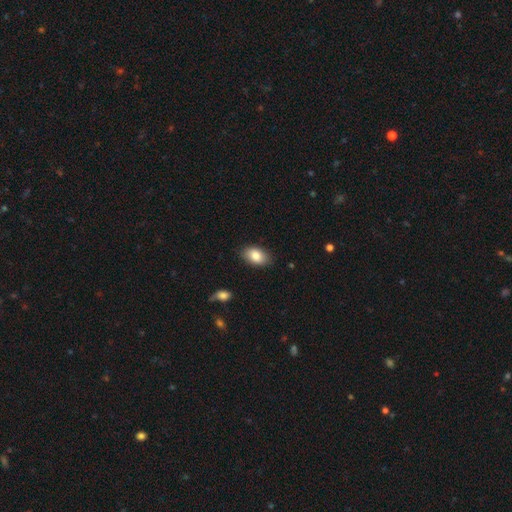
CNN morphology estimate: Overall: smooth (84%). How rounded: in between (91%). Merging: none (86%).